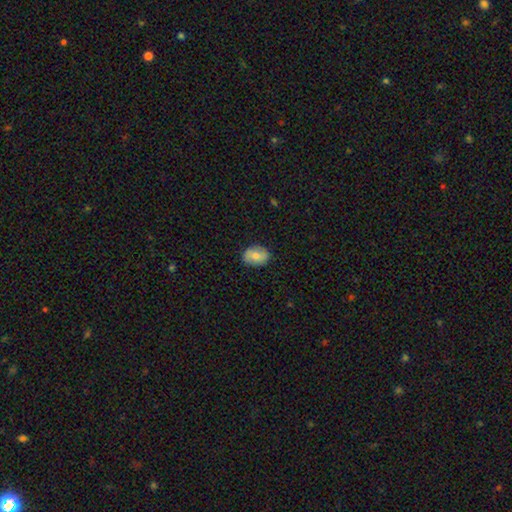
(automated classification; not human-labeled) A smooth galaxy with no disk features (68%) that is in between round and cigar-shaped (71%).

Vote fractions:
- Smooth or featured? smooth: 68% / featured or disk: 25% / star or artifact: 7%
- How rounded? in between: 71% / round: 27% / cigar-shaped: 1%
- Merging? none: 85% / minor disturbance: 11% / major disturbance: 2% / merger: 1%